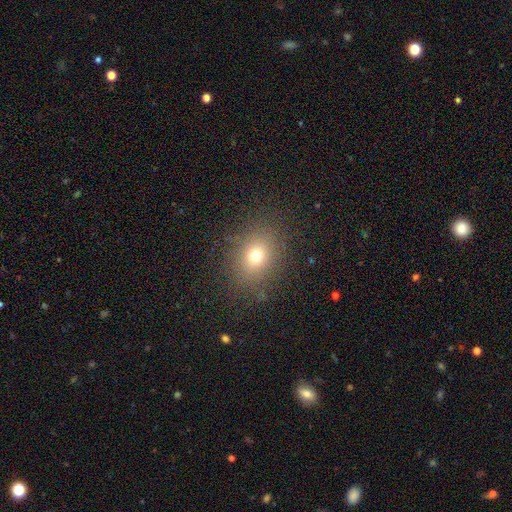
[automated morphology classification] smooth_or_featured: smooth (p=0.69) [alt: star or artifact p=0.19]
how_rounded: round (p=0.57) [alt: in between p=0.42]
merging: none (p=0.83) [alt: minor disturbance p=0.10]